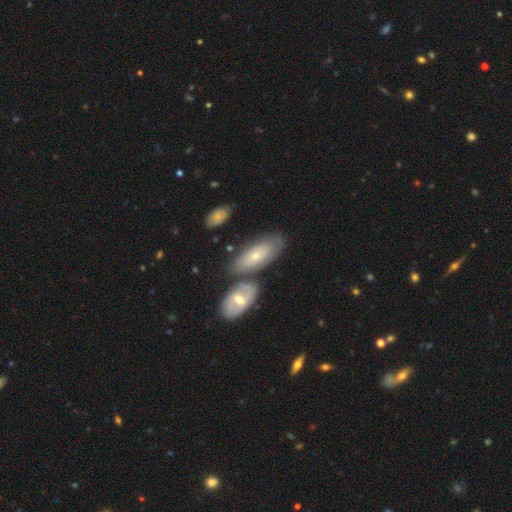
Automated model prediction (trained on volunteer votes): Smooth or featured?
  - smooth: 57% *
  - featured or disk: 37%
  - star or artifact: 6%
How rounded?
  - in between: 84% *
  - cigar-shaped: 13%
  - round: 3%
Merging?
  - none: 58% *
  - minor disturbance: 18%
  - merger: 18%
  - major disturbance: 5%